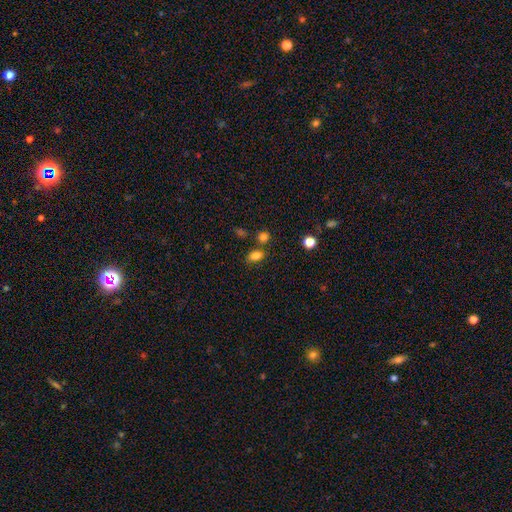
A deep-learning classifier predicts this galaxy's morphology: Q: Smooth or featured?
A: smooth (81%); runner-up: star or artifact (13%)
Q: How rounded?
A: in between (76%); runner-up: round (21%)
Q: Merging?
A: none (71%); runner-up: minor disturbance (13%)